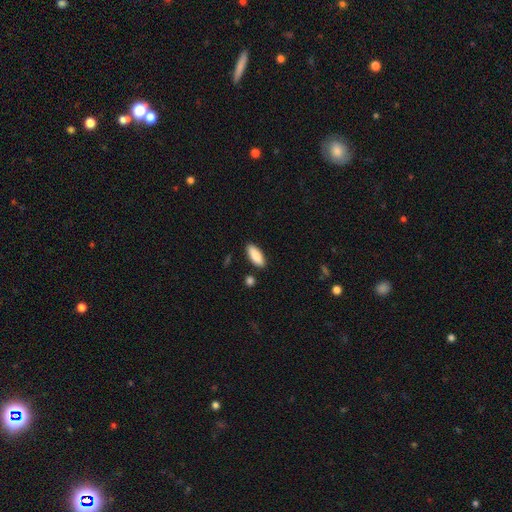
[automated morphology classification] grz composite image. It shows a smooth galaxy with no disk features (87%) that is in between round and cigar-shaped (79%). Merging: none (87%).